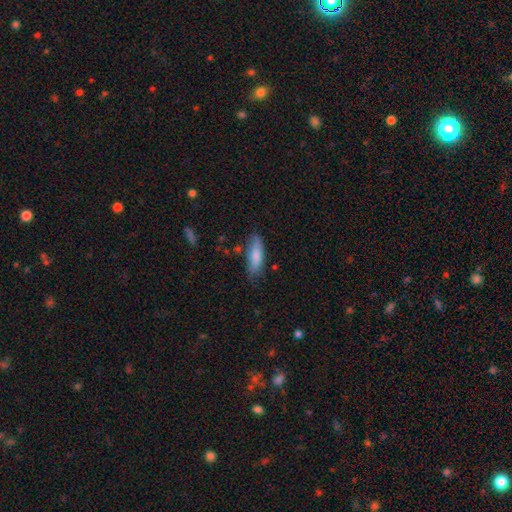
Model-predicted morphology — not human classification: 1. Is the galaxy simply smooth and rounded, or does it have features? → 79% smooth, 14% featured or disk, 6% star or artifact.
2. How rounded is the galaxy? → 53% in between, 46% cigar-shaped, 2% round.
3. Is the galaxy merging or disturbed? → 70% none, 22% minor disturbance, 5% major disturbance, 3% merger.